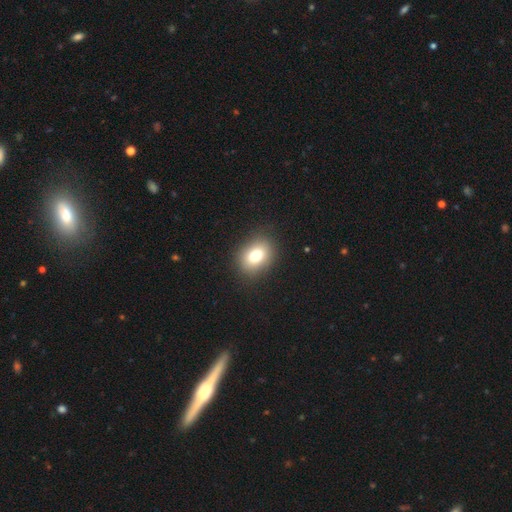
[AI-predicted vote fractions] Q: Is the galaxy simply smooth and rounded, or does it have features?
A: smooth — 77%.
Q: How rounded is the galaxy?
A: in between — 62%.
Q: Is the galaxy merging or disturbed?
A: none — 87%.